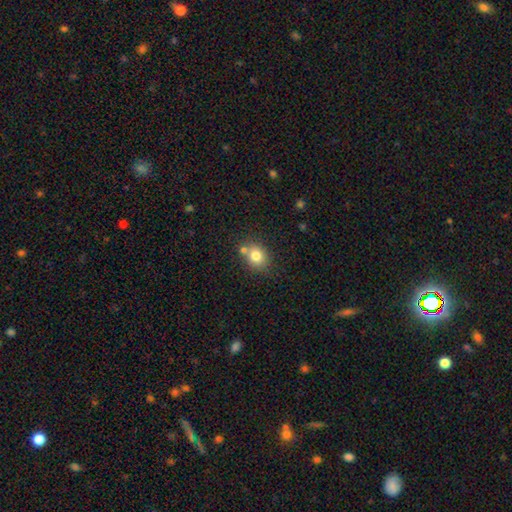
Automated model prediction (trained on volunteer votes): Smooth or featured: smooth — 80% (star or artifact — 11%)
How rounded: round — 60% (in between — 39%)
Merging: none — 66% (merger — 19%)